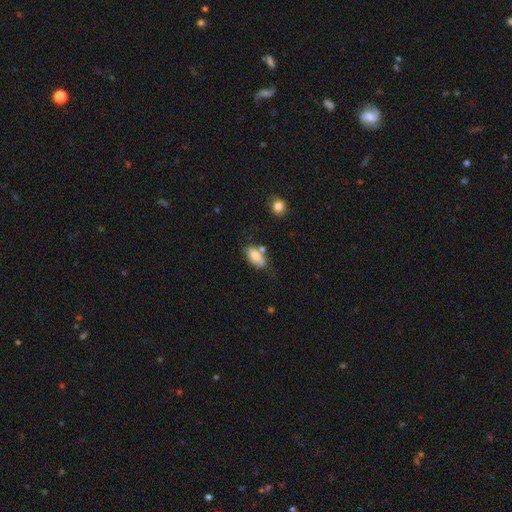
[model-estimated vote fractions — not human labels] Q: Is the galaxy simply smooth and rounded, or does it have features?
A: smooth — 77%.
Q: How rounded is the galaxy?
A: in between — 91%.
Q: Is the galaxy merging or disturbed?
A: none — 50%.